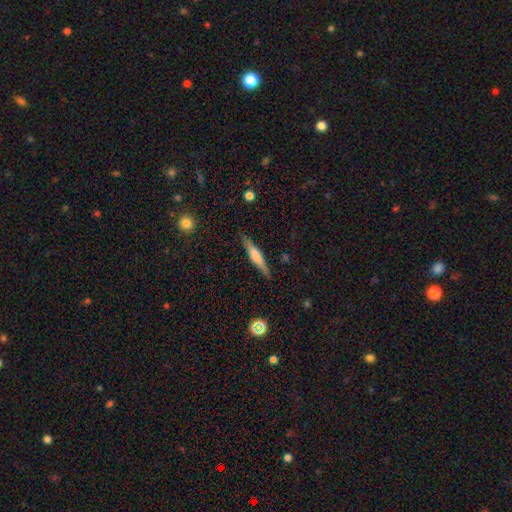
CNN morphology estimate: A featured or disk galaxy (51%) viewed edge-on (95%). Merging: none (86%).